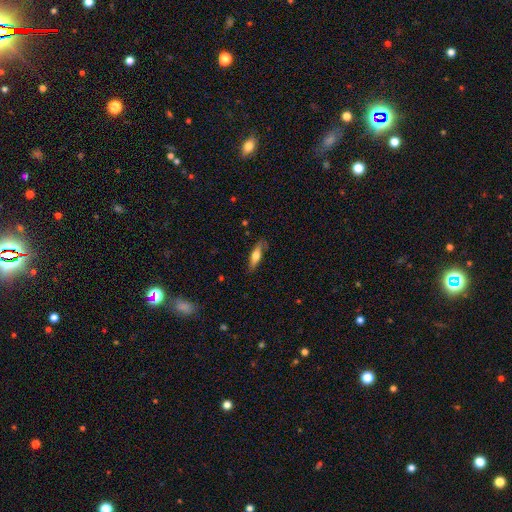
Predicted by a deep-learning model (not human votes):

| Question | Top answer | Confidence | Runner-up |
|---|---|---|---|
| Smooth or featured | smooth | 56% | featured or disk (37%) |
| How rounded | cigar-shaped | 60% | in between (38%) |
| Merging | none | 78% | minor disturbance (17%) |